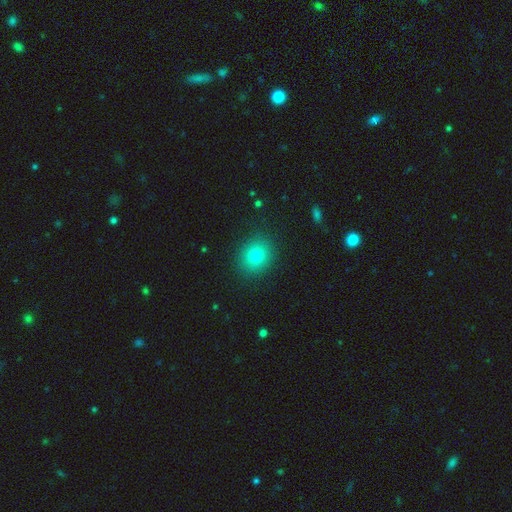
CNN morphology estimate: Smooth or featured: smooth — 79% (star or artifact — 12%)
How rounded: round — 71% (in between — 28%)
Merging: none — 88% (minor disturbance — 8%)